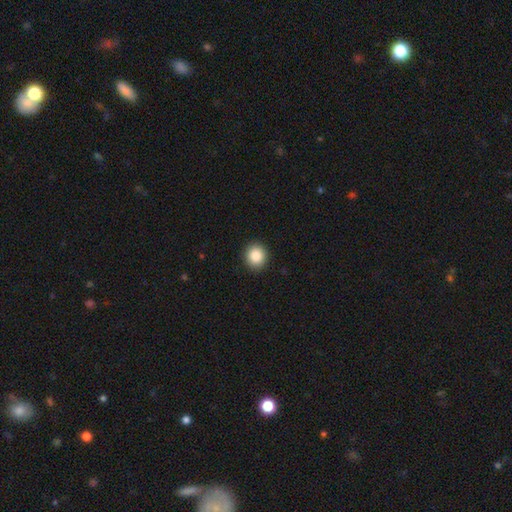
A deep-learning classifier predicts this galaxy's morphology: Q: Smooth or featured?
A: smooth (86%); runner-up: star or artifact (9%)
Q: How rounded?
A: round (84%); runner-up: in between (15%)
Q: Merging?
A: none (92%); runner-up: minor disturbance (5%)